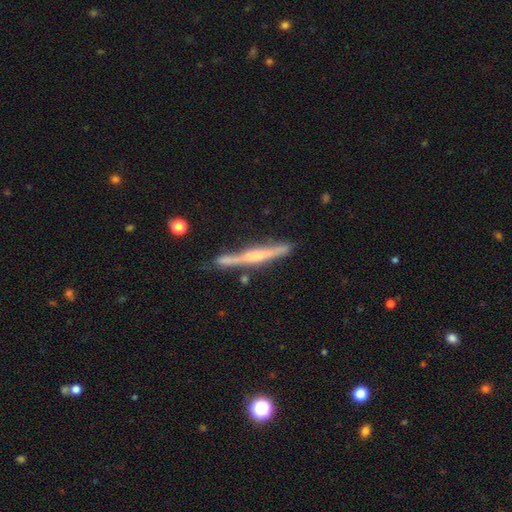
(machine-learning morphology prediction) type=featured or disk (67%); edge-on=yes (96%); edge-on bulge=rounded (45%); merging=none (74%).